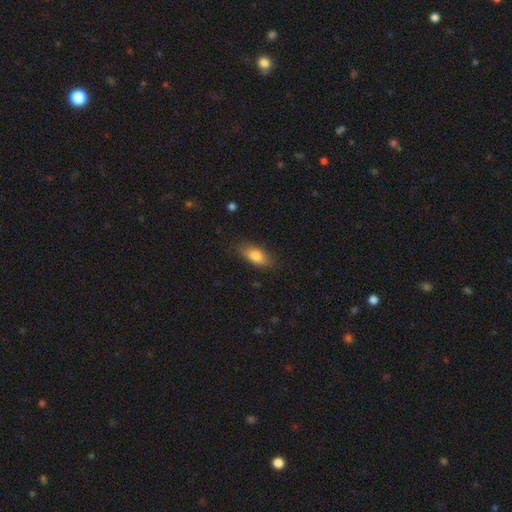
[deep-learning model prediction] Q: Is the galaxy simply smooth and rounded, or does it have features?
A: smooth — 80%.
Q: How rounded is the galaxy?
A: in between — 82%.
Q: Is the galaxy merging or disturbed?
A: none — 83%.